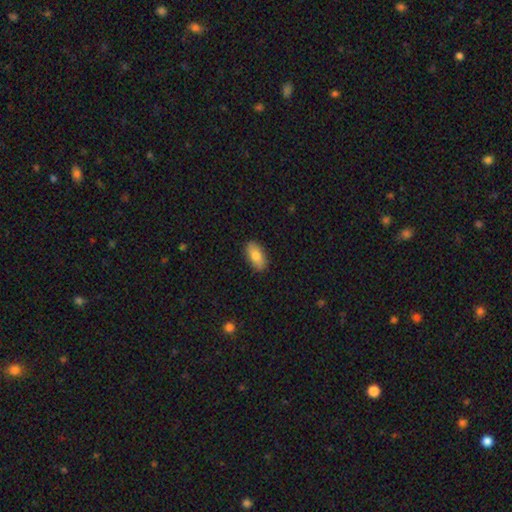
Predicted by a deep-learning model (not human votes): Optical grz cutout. It shows a smooth galaxy with no disk features (79%) that is in between round and cigar-shaped (90%). Merging: none (87%).